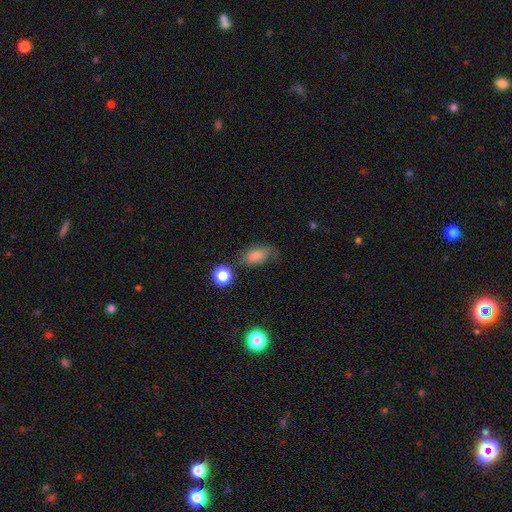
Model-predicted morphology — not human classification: This appears to be a smooth galaxy with no disk features (74%) that is in between round and cigar-shaped (85%). Merging: none (47%).